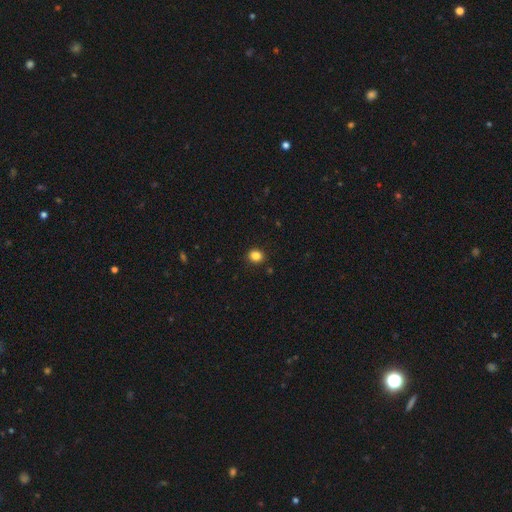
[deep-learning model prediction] smooth-or-featured: smooth: 84% | star or artifact: 12% | featured or disk: 4%
  how-rounded: round: 73% | in between: 26% | cigar-shaped: 1%
  merging: none: 91% | minor disturbance: 6% | major disturbance: 2% | merger: 1%